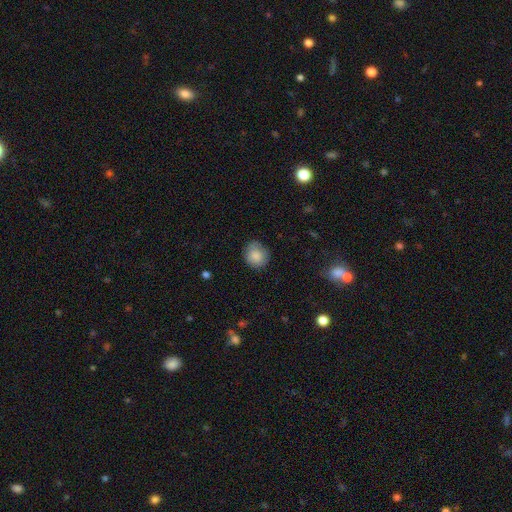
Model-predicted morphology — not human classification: Smooth or featured: smooth — 83% (featured or disk — 9%)
How rounded: round — 84% (in between — 15%)
Merging: none — 78% (minor disturbance — 17%)